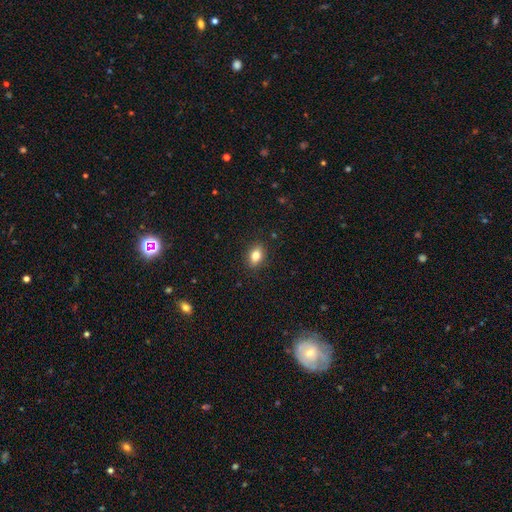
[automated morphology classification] Smooth or featured: smooth — 81% (star or artifact — 10%)
How rounded: in between — 75% (round — 23%)
Merging: none — 87% (minor disturbance — 9%)